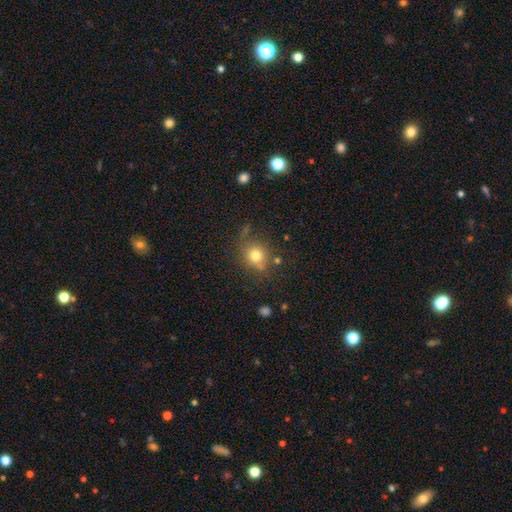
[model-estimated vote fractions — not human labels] Q: Smooth or featured?
A: smooth (76%); runner-up: star or artifact (13%)
Q: How rounded?
A: round (74%); runner-up: in between (24%)
Q: Merging?
A: none (72%); runner-up: minor disturbance (17%)